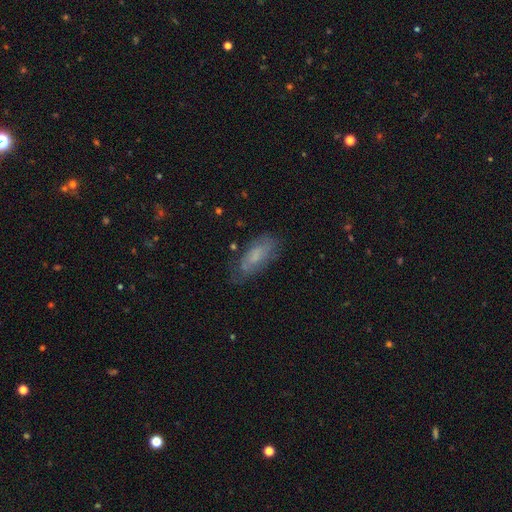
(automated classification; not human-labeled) Q: Smooth or featured?
A: smooth (54%); runner-up: featured or disk (37%)
Q: How rounded?
A: in between (80%); runner-up: cigar-shaped (18%)
Q: Merging?
A: none (67%); runner-up: minor disturbance (23%)